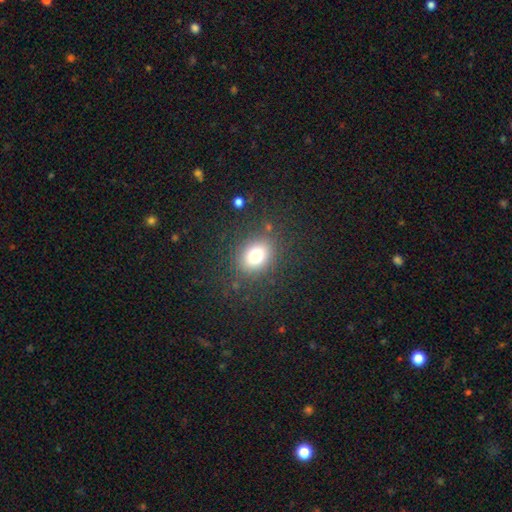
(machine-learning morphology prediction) Smooth or featured? smooth (75%)
How rounded? round (50%)
Merging? none (82%)